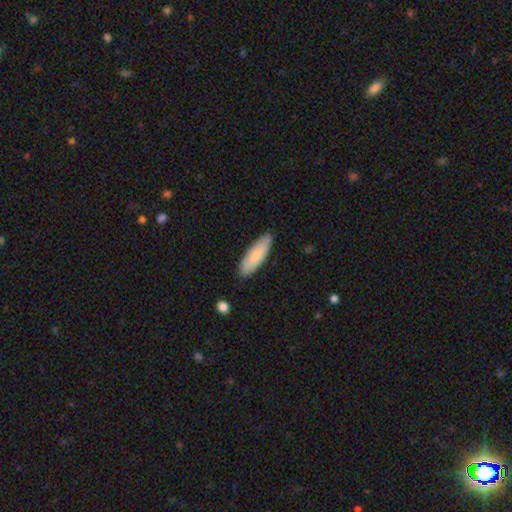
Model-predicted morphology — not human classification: Smooth or featured? Predicted: smooth (p=0.81). How rounded? Predicted: in between (p=0.53). Merging? Predicted: none (p=0.87).